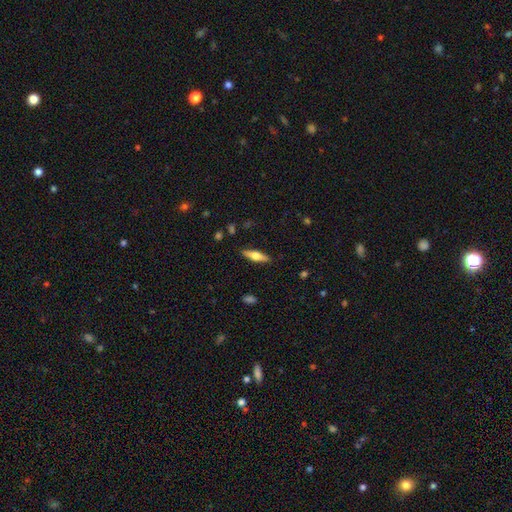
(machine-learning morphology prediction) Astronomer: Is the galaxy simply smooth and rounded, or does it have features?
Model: featured or disk — 50% (runner-up: smooth, 44%).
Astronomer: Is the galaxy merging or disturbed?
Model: none — 88%.